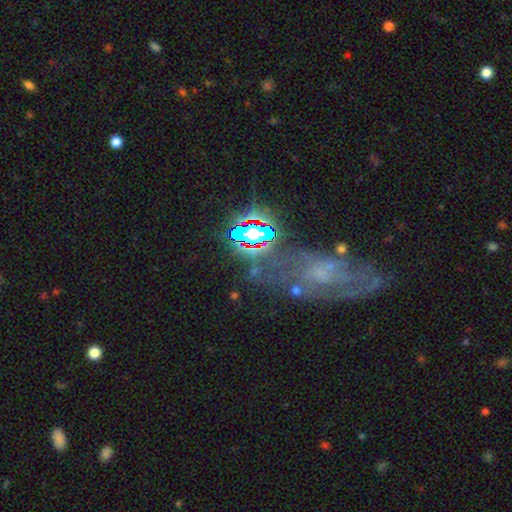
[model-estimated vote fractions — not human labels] The model was most divided on "smooth or featured": star or artifact: 41%, featured or disk: 40%, smooth: 19%.